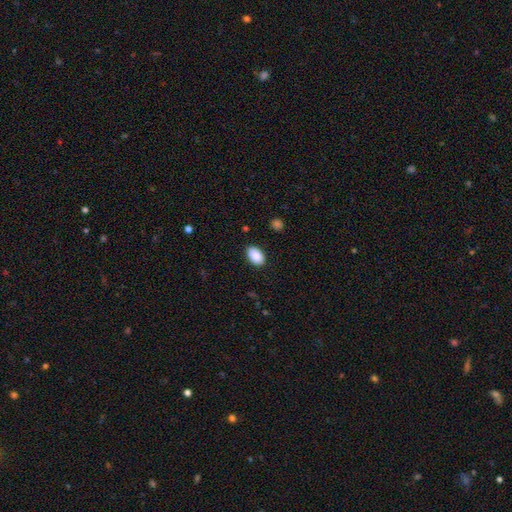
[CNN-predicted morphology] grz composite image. It shows a smooth galaxy with no disk features (90%) that is in between round and cigar-shaped (91%). Merging: none (88%).